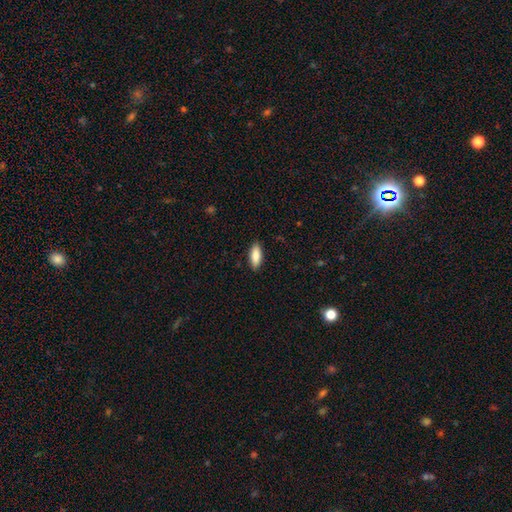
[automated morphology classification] Smooth or featured? smooth (86%)
How rounded? in between (77%)
Merging? none (88%)